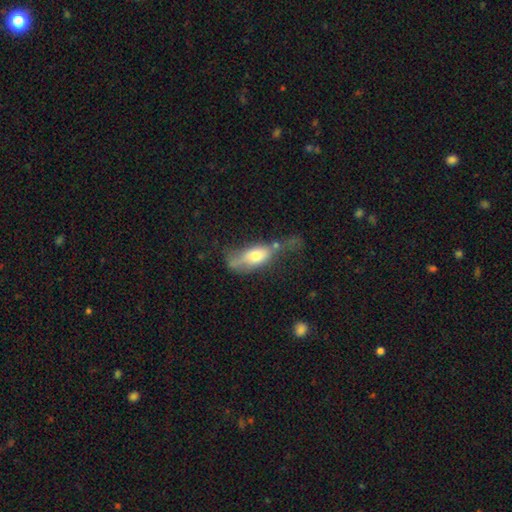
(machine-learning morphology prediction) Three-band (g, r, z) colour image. It shows a smooth galaxy with no disk features (60%) that is in between round and cigar-shaped (70%). Merging: major disturbance (35%).